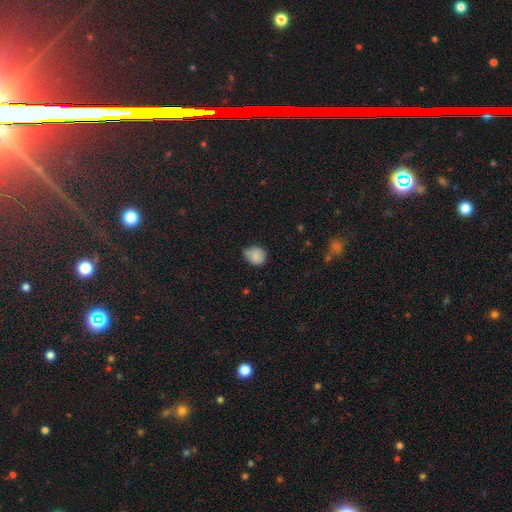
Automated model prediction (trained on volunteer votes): Smooth or featured? Predicted: smooth (p=0.83). How rounded? Predicted: round (p=0.62). Merging? Predicted: none (p=0.52).